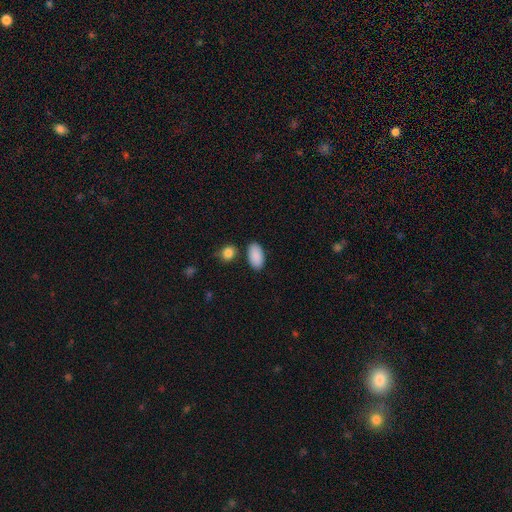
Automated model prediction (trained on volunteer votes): Morphology: type=smooth (90%); roundness=in between (94%); merging=none (81%).